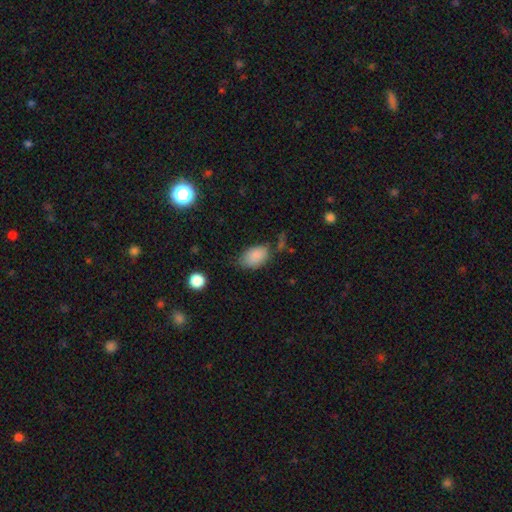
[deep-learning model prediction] This is clearly a smooth galaxy (85%). How rounded: clearly in between (90%). Merging: possibly none (57%).